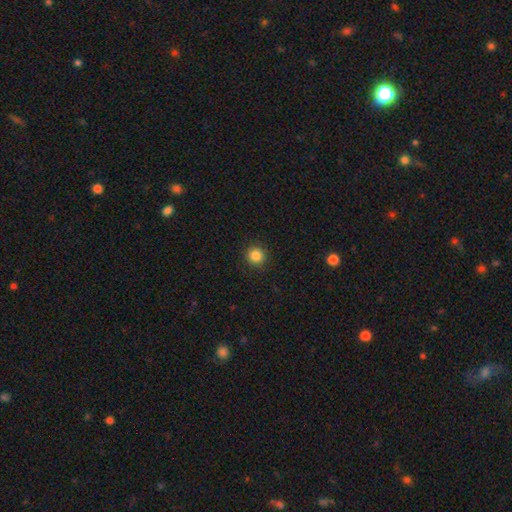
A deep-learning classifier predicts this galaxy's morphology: A smooth galaxy with no disk features (85%) that is round (94%).

Vote fractions:
- Smooth or featured? smooth: 85% / star or artifact: 11% / featured or disk: 4%
- How rounded? round: 94% / in between: 5% / cigar-shaped: 1%
- Merging? none: 92% / minor disturbance: 5% / major disturbance: 2% / merger: 1%